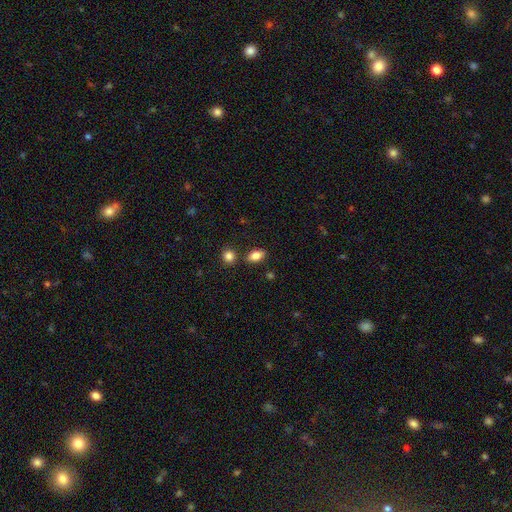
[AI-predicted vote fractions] smooth_or_featured: smooth (p=0.85) [alt: star or artifact p=0.09]
how_rounded: in between (p=0.88) [alt: round p=0.08]
merging: none (p=0.80) [alt: minor disturbance p=0.10]